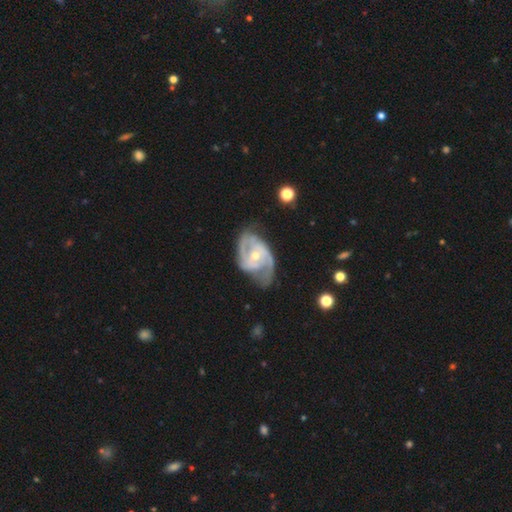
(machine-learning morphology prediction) The model was most divided on "bulge size": moderate: 52%, small: 45%, large: 2%, none: 1%, dominant: 1%. Remaining: edge-on disk — no (97%); spiral arms — yes (96%); smooth or featured — featured or disk (89%); spiral arm count — 2 (71%); merging — none (58%); bar — no (57%); spiral winding — medium (48%).